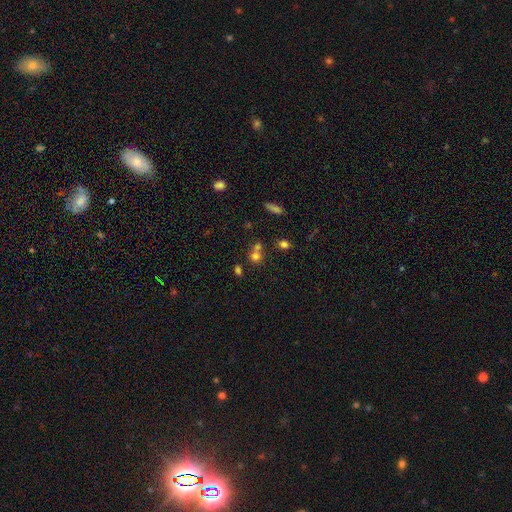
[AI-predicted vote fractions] This appears to be a smooth galaxy with no disk features (68%) that is round (74%). Merging: merger (46%).